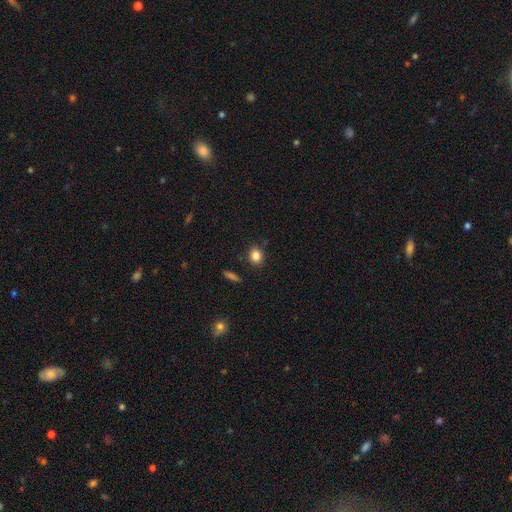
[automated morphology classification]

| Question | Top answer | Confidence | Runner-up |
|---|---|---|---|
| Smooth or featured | smooth | 84% | star or artifact (10%) |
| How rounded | round | 61% | in between (38%) |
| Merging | none | 86% | minor disturbance (10%) |